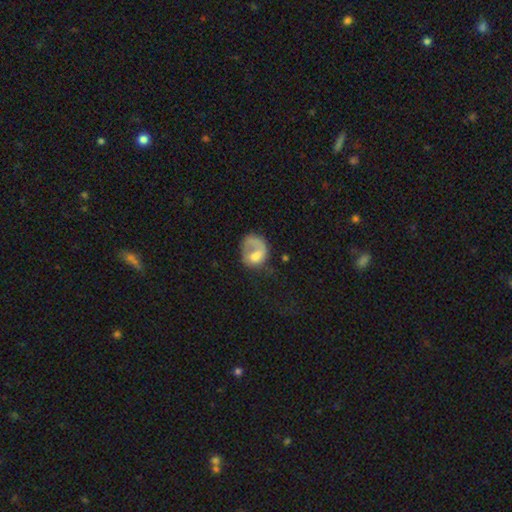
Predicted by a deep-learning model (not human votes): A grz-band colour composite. It shows a smooth galaxy with no disk features (53%) that is round (54%). Merging: major disturbance (45%).